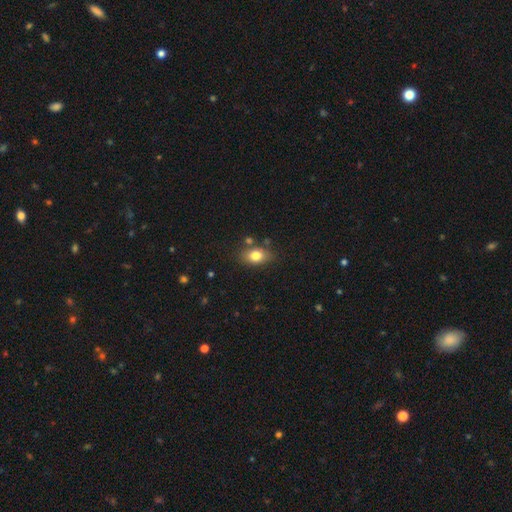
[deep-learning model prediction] Morphology: type=smooth (79%); roundness=in between (80%); merging=none (76%).